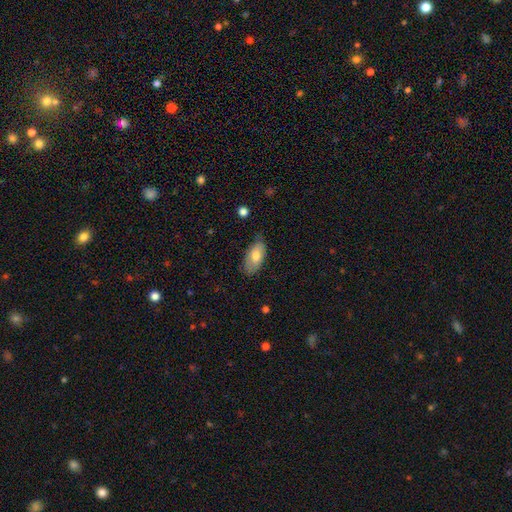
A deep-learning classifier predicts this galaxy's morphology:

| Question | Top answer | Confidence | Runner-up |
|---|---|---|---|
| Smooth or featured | smooth | 73% | featured or disk (20%) |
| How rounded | in between | 91% | cigar-shaped (6%) |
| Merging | none | 71% | minor disturbance (23%) |